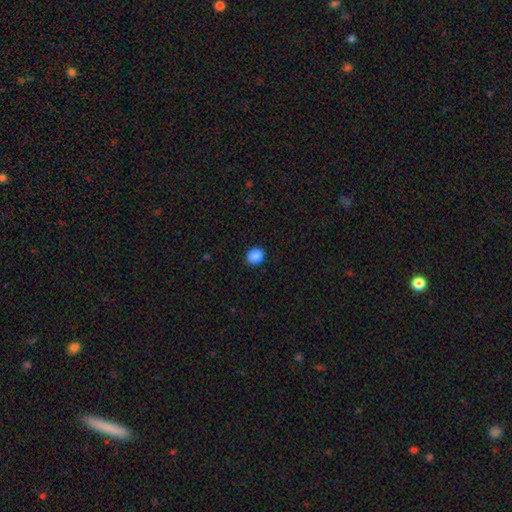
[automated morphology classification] smooth 88%, star or artifact 9%, featured or disk 3%. Down the decision tree: how rounded — round (61%); merging — none (90%).